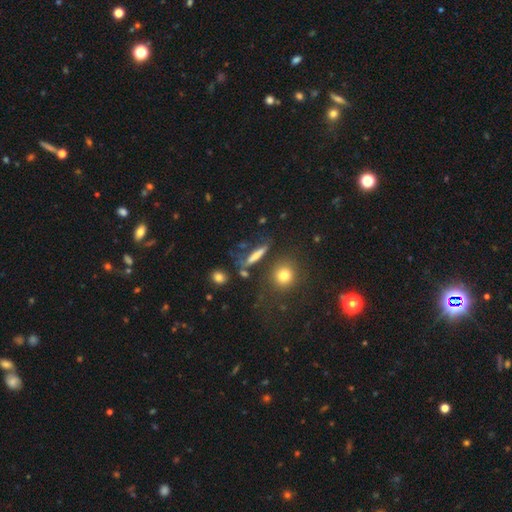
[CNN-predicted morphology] type=smooth (57%); roundness=cigar-shaped (69%); merging=none (62%).